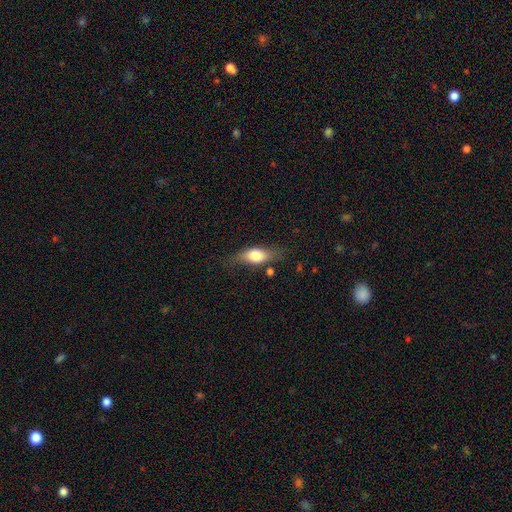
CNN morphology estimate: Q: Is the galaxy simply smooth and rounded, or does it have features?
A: smooth — 68%.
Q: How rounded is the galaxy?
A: in between — 75%.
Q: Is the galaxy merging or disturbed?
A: none — 67%.